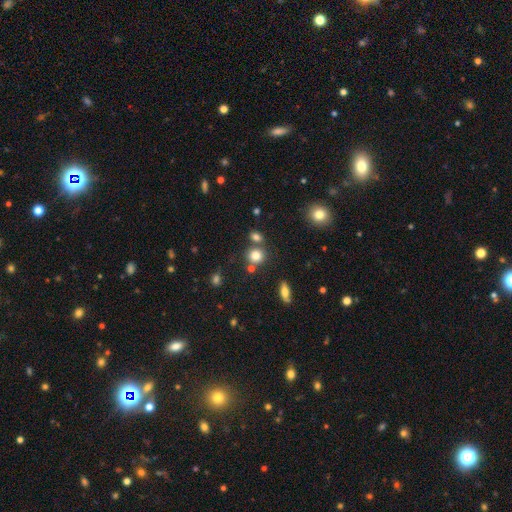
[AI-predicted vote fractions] This appears to be a smooth galaxy with no disk features (80%) that is round (81%). Merging: none (67%).